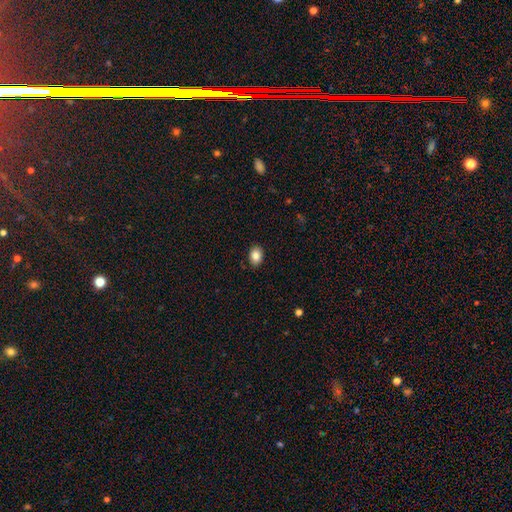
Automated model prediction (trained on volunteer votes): This appears to be a smooth galaxy with no disk features (86%) that is in between round and cigar-shaped (74%). Merging: none (88%).